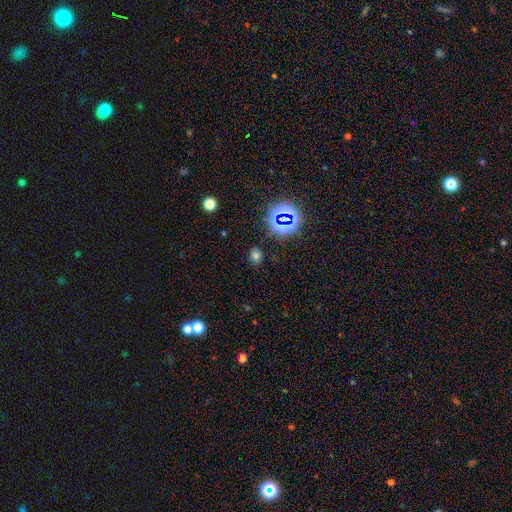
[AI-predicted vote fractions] Smooth or featured?
  - smooth: 61% *
  - star or artifact: 32%
  - featured or disk: 7%
How rounded?
  - in between: 54% *
  - round: 45%
  - cigar-shaped: 1%
Merging?
  - none: 79% *
  - minor disturbance: 14%
  - major disturbance: 4%
  - merger: 2%